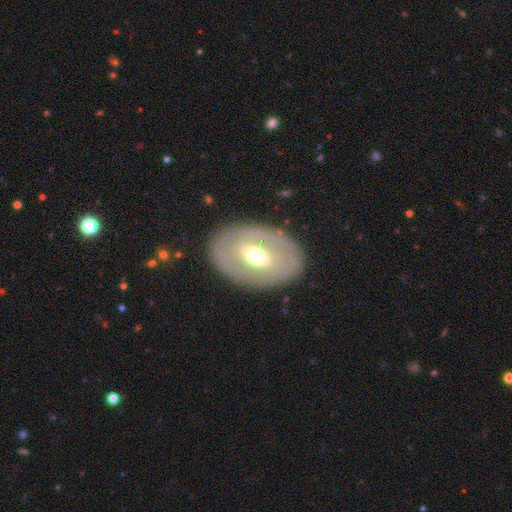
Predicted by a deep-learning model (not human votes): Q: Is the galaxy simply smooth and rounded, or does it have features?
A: featured or disk — 66%.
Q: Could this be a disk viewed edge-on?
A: no — 92%.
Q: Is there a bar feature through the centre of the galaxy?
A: weak — 40%.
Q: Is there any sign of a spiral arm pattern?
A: no — 68%.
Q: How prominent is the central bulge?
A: moderate — 66%.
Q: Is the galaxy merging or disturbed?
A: none — 83%.